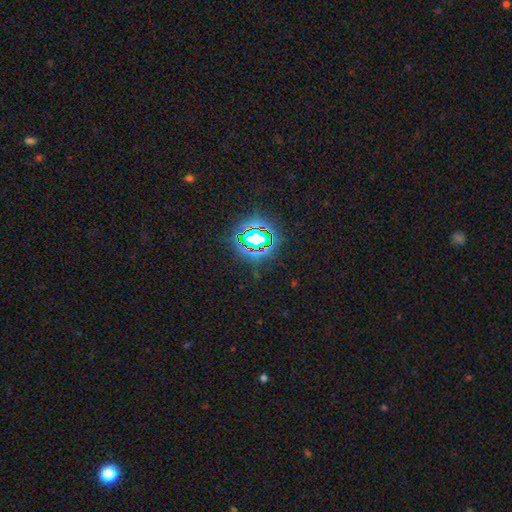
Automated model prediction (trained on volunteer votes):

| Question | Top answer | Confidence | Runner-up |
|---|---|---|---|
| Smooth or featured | star or artifact | 78% | smooth (14%) |